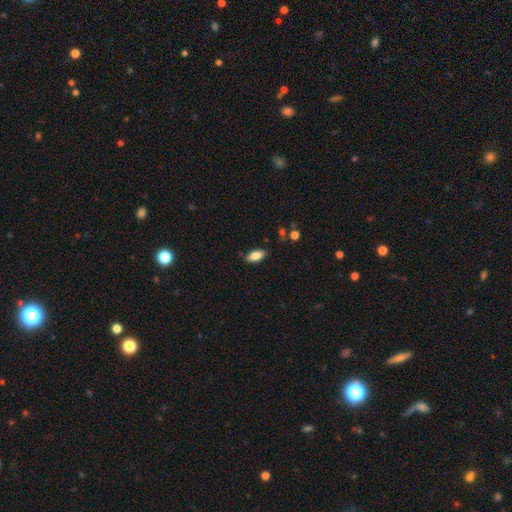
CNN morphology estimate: Smooth or featured? smooth (84%)
How rounded? in between (89%)
Merging? none (84%)